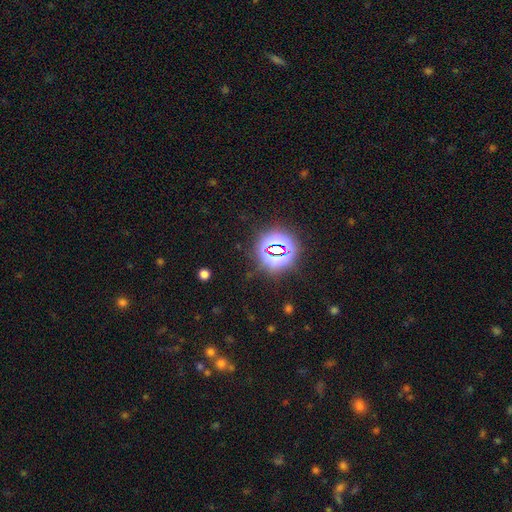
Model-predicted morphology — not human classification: A star or artifact, not a galaxy (78%).